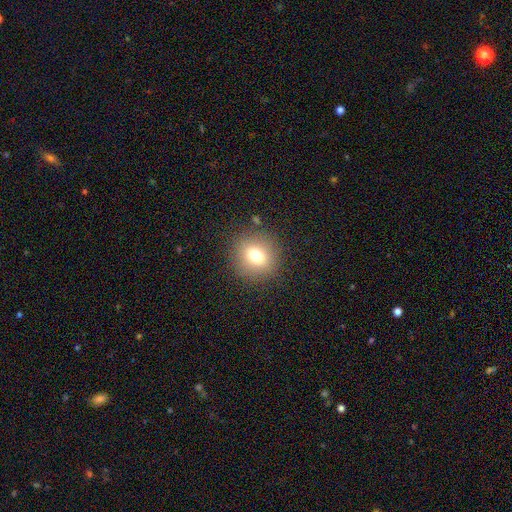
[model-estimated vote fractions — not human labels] Smooth or featured? smooth (74%)
How rounded? round (86%)
Merging? none (86%)